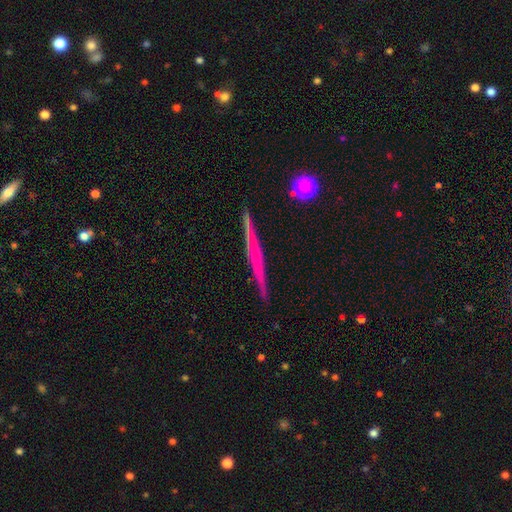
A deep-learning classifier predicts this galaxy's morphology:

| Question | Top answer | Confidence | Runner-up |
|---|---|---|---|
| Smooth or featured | featured or disk | 62% | smooth (30%) |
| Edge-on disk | yes | 97% | no (3%) |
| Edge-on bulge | none | 79% | rounded (13%) |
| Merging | none | 89% | minor disturbance (8%) |